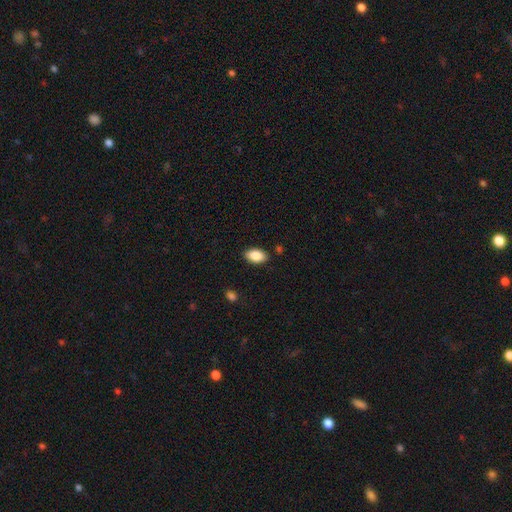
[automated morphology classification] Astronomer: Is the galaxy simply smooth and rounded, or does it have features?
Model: smooth — 87%.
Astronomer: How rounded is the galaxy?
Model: in between — 93%.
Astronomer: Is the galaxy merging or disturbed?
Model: none — 87%.